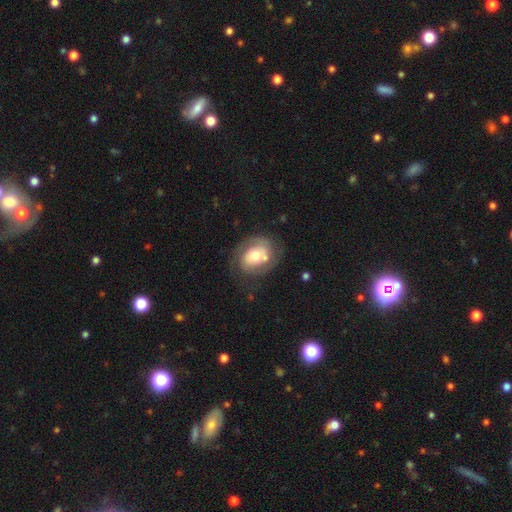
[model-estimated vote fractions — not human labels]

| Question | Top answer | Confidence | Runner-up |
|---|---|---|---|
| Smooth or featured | featured or disk | 54% | smooth (39%) |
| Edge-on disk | no | 96% | yes (4%) |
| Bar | no | 73% | weak (21%) |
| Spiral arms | yes | 65% | no (35%) |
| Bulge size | moderate | 63% | small (19%) |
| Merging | none | 56% | minor disturbance (22%) |